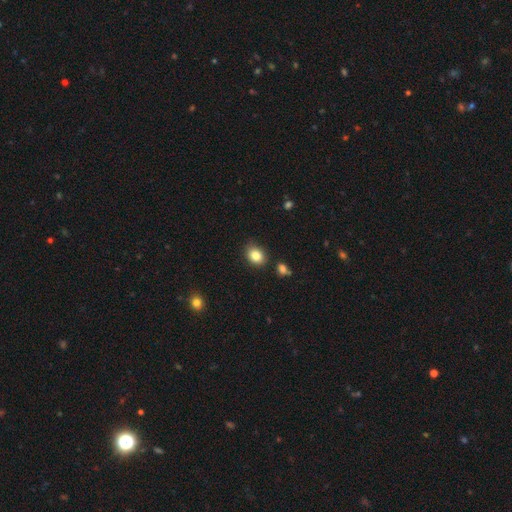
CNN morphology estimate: type=smooth (84%); roundness=in between (60%); merging=none (81%).